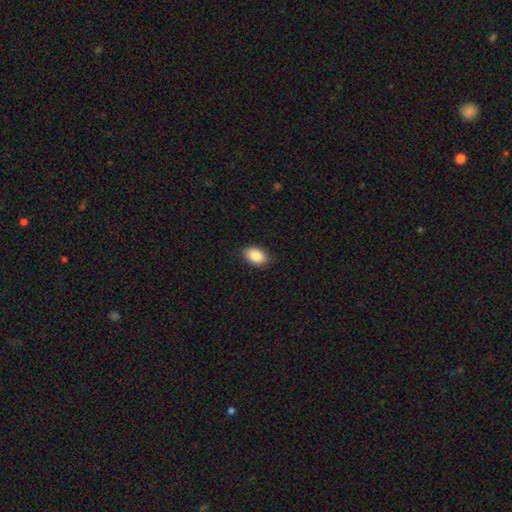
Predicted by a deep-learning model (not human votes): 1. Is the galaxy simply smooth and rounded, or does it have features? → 88% smooth, 7% star or artifact, 5% featured or disk.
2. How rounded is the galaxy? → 87% in between, 11% round, 1% cigar-shaped.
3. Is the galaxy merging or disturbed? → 86% none, 11% minor disturbance, 2% major disturbance, 1% merger.